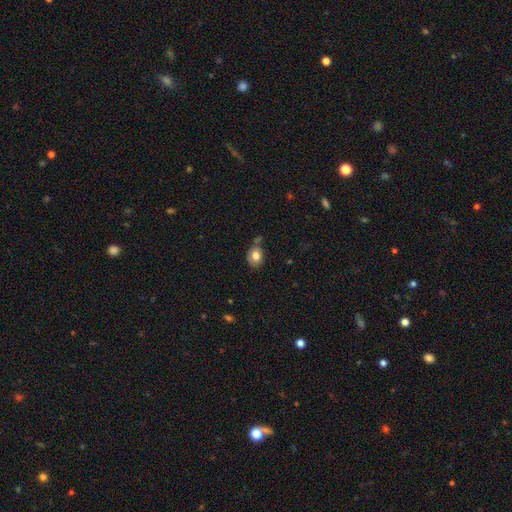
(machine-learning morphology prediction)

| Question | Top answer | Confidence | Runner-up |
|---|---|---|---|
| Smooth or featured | smooth | 80% | featured or disk (11%) |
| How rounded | in between | 54% | round (45%) |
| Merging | none | 65% | minor disturbance (20%) |